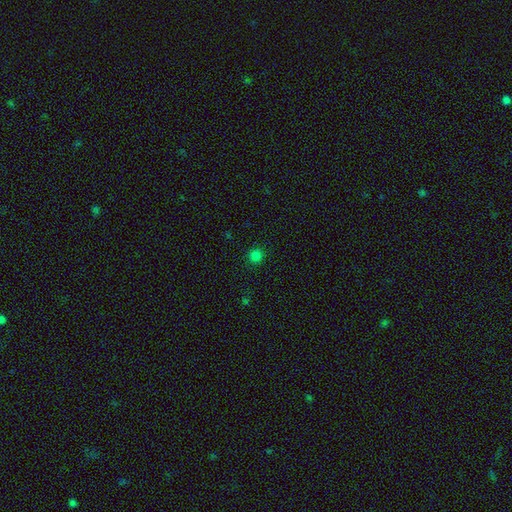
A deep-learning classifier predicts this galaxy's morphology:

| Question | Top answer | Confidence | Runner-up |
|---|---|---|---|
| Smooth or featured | smooth | 80% | star or artifact (17%) |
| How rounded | round | 92% | in between (7%) |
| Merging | none | 90% | minor disturbance (6%) |